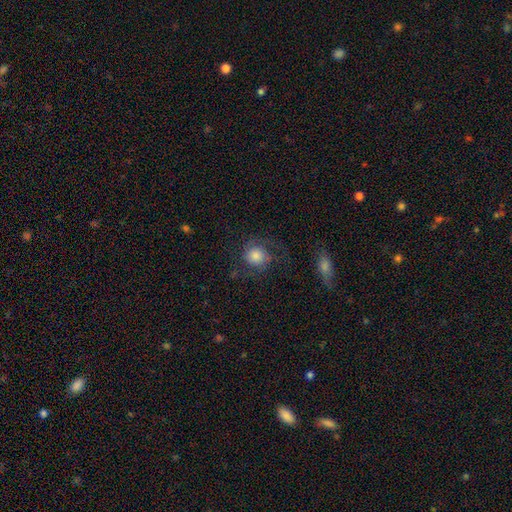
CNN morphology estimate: The model was most divided on "smooth or featured": smooth: 56%, featured or disk: 35%, star or artifact: 10%. More confident: how rounded — round (84%); merging — none (60%).